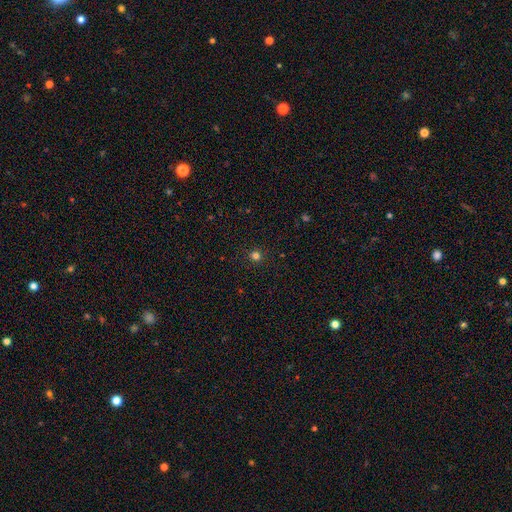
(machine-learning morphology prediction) smooth-or-featured: smooth: 79% | star or artifact: 17% | featured or disk: 4%
  how-rounded: round: 94% | in between: 5% | cigar-shaped: 1%
  merging: none: 92% | minor disturbance: 5% | major disturbance: 2% | merger: 1%